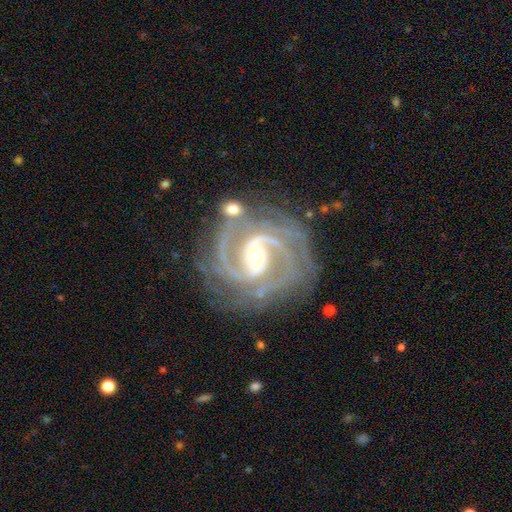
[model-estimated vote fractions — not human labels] The model was most divided on "spiral winding": tight: 49%, medium: 44%, loose: 7%. Remaining: spiral arms — yes (99%); edge-on disk — no (98%); smooth or featured — featured or disk (93%); merging — none (71%); spiral arm count — 2 (57%); bulge size — small (50%); bar — weak (40%).